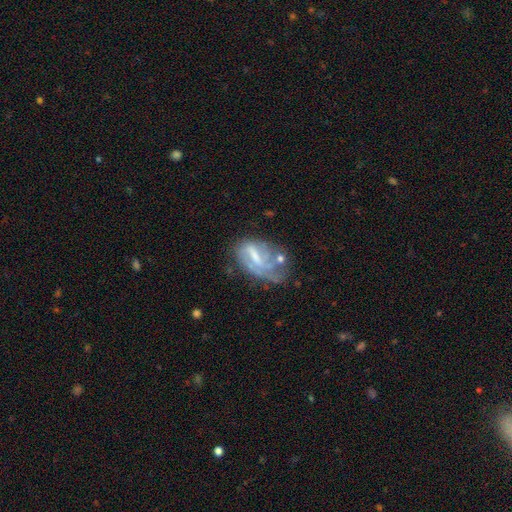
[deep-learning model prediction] Q: Smooth or featured?
A: featured or disk (65%); runner-up: smooth (25%)
Q: Edge-on disk?
A: no (93%); runner-up: yes (7%)
Q: Bar?
A: weak (41%); runner-up: strong (35%)
Q: Spiral arms?
A: yes (59%); runner-up: no (41%)
Q: Bulge size?
A: small (33%); runner-up: moderate (32%)
Q: Merging?
A: none (35%); runner-up: minor disturbance (27%)